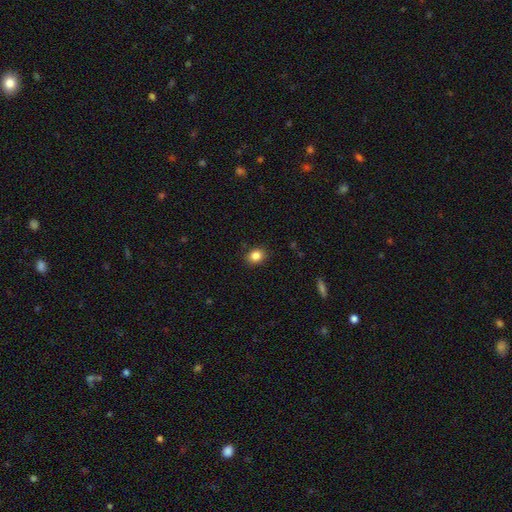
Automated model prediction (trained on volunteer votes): smooth-or-featured: smooth: 85% | star or artifact: 10% | featured or disk: 5%
  how-rounded: round: 51% | in between: 48% | cigar-shaped: 1%
  merging: none: 88% | minor disturbance: 9% | major disturbance: 2% | merger: 1%